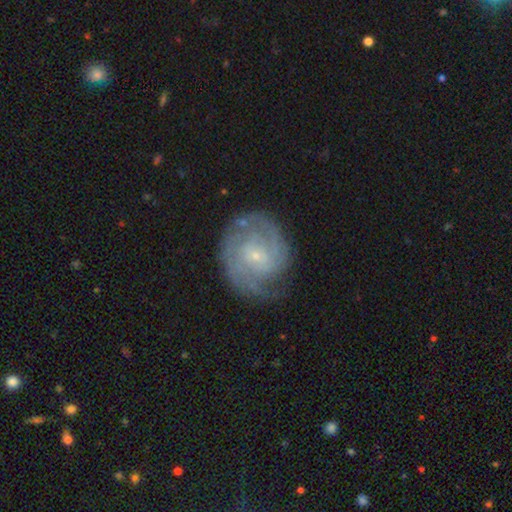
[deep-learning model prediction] The model was most divided on "bar": no: 54%, weak: 38%, strong: 8%. Remaining: edge-on disk — no (98%); spiral arms — yes (94%); smooth or featured — featured or disk (83%); bulge size — small (81%); merging — none (73%); spiral winding — tight (58%); spiral arm count — 2 (43%).